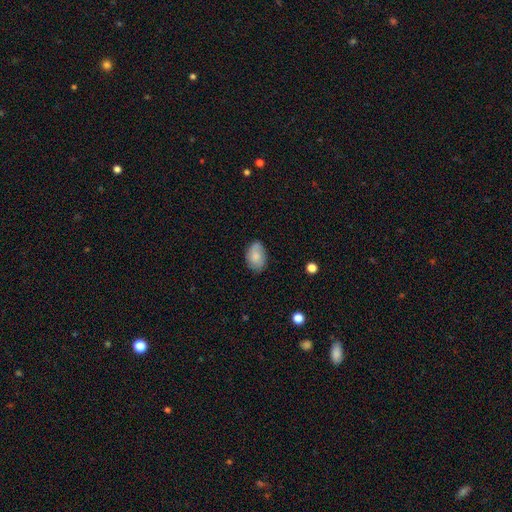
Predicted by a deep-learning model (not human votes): The model was most divided on "merging": none: 73%, minor disturbance: 21%, major disturbance: 4%, merger: 1%. More confident: how rounded — in between (88%); smooth or featured — smooth (77%).